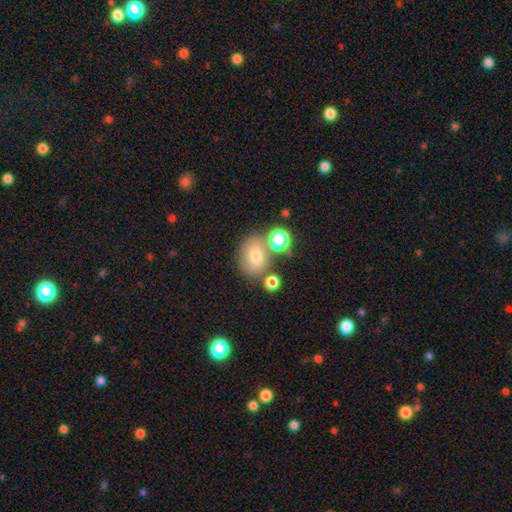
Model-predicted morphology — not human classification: Smooth or featured: smooth — 50% (star or artifact — 29%)
How rounded: round — 51% (in between — 46%)
Merging: none — 55% (merger — 26%)